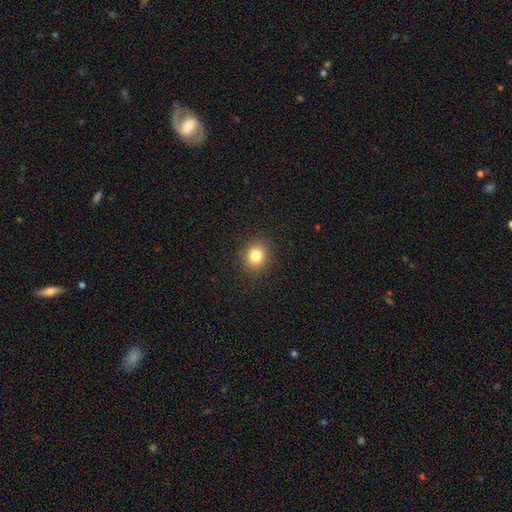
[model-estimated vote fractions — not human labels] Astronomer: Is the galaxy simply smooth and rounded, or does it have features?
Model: smooth — 82%.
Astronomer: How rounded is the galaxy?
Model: round — 75%.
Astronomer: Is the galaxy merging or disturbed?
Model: none — 90%.